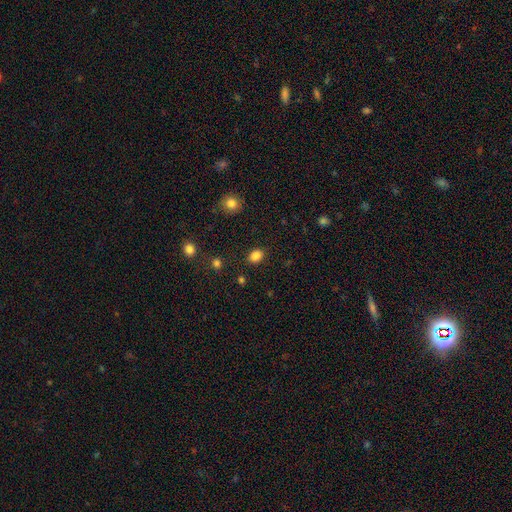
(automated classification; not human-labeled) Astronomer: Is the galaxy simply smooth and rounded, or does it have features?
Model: smooth — 86%.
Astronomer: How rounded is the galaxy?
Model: in between — 64%.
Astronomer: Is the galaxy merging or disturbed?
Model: none — 87%.